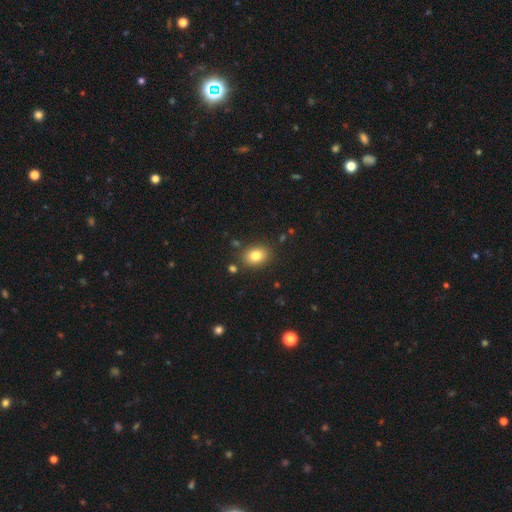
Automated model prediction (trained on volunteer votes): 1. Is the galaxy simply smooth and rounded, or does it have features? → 81% smooth, 10% star or artifact, 9% featured or disk.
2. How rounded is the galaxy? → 63% in between, 36% round, 1% cigar-shaped.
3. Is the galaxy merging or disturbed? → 85% none, 10% minor disturbance, 3% merger, 3% major disturbance.